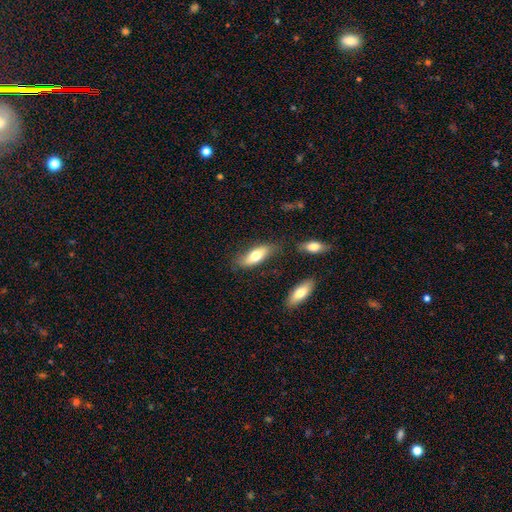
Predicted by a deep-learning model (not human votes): Smooth or featured: smooth — 71% (featured or disk — 23%)
How rounded: in between — 76% (cigar-shaped — 21%)
Merging: none — 74% (minor disturbance — 16%)